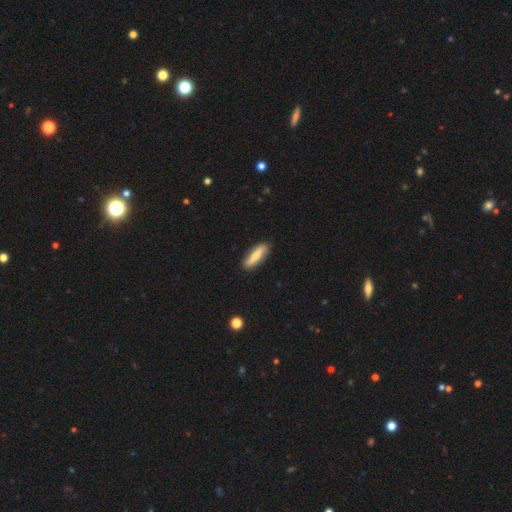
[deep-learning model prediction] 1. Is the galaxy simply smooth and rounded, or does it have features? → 65% smooth, 29% featured or disk, 6% star or artifact.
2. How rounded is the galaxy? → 62% cigar-shaped, 36% in between, 2% round.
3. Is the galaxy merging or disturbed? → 87% none, 10% minor disturbance, 2% major disturbance, 1% merger.